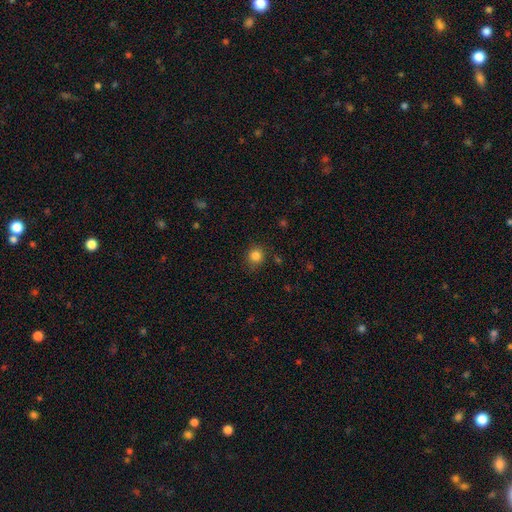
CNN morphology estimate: A smooth galaxy with no disk features (84%) that is round (89%).

Vote fractions:
- Smooth or featured? smooth: 84% / star or artifact: 12% / featured or disk: 4%
- How rounded? round: 89% / in between: 10% / cigar-shaped: 1%
- Merging? none: 85% / minor disturbance: 11% / major disturbance: 3% / merger: 2%